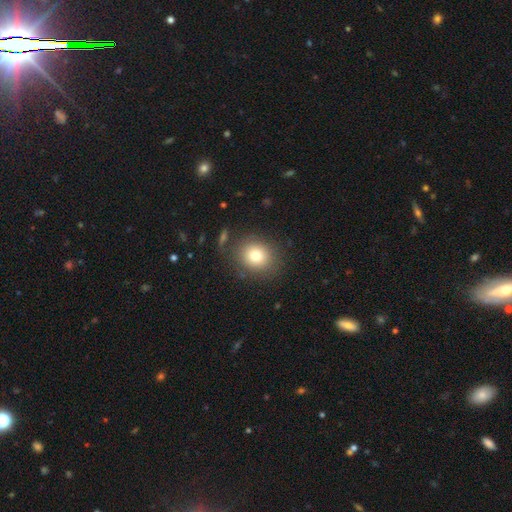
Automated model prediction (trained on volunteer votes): Overall: smooth (78%). How rounded: round (78%). Merging: none (84%).